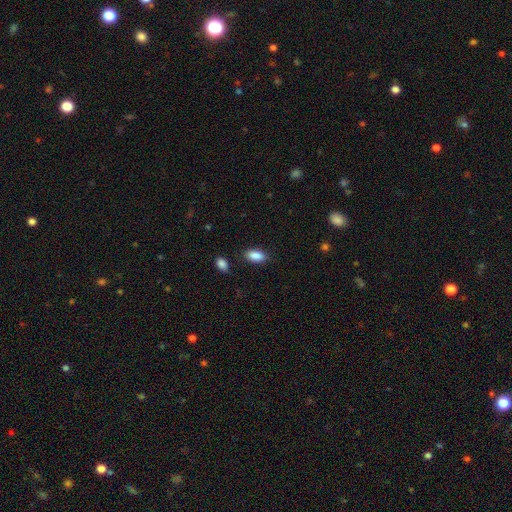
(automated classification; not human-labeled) Morphology: type=smooth (88%); roundness=in between (91%); merging=none (84%).